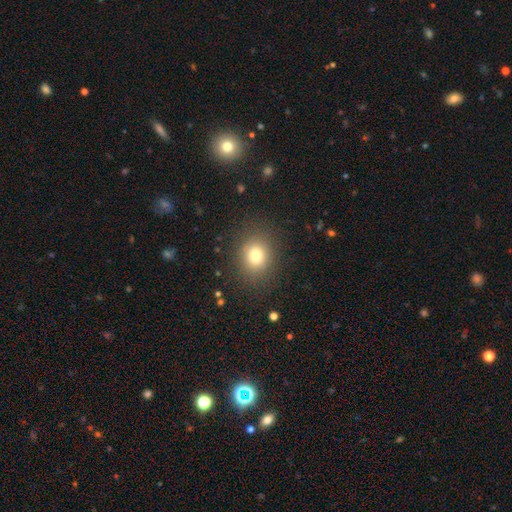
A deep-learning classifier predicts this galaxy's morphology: Q: Smooth or featured?
A: smooth (77%); runner-up: star or artifact (14%)
Q: How rounded?
A: round (70%); runner-up: in between (29%)
Q: Merging?
A: none (86%); runner-up: minor disturbance (9%)